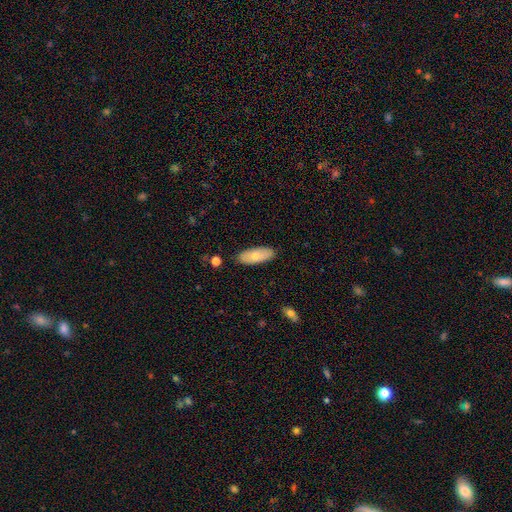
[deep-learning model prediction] smooth_or_featured: smooth (p=0.76) [alt: featured or disk p=0.18]
how_rounded: in between (p=0.80) [alt: cigar-shaped p=0.18]
merging: none (p=0.87) [alt: minor disturbance p=0.10]